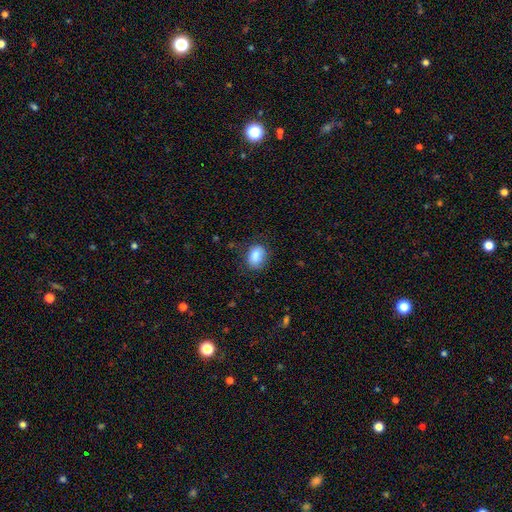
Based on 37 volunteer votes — A smooth galaxy with no disk features (86%) that is in between round and cigar-shaped (62%).

Vote fractions:
- Smooth or featured? smooth: 86% / featured or disk: 8% / star or artifact: 5%
- How rounded? in between: 62% / round: 38% / cigar-shaped: 0%
- Merging? none: 80% / minor disturbance: 14% / merger: 6% / major disturbance: 0%